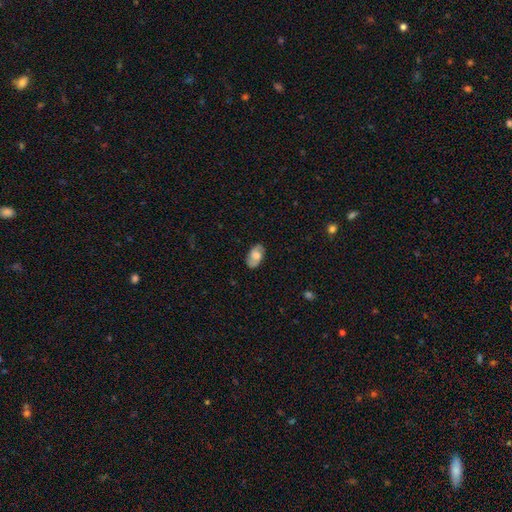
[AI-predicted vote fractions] This is possibly a featured or disk galaxy (49%). Merging: clearly none (82%).